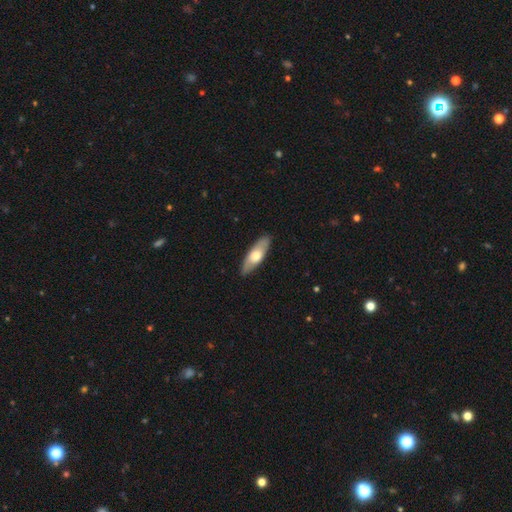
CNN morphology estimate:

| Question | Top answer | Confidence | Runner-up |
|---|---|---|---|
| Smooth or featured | smooth | 56% | featured or disk (39%) |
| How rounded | in between | 55% | cigar-shaped (43%) |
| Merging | none | 88% | minor disturbance (9%) |